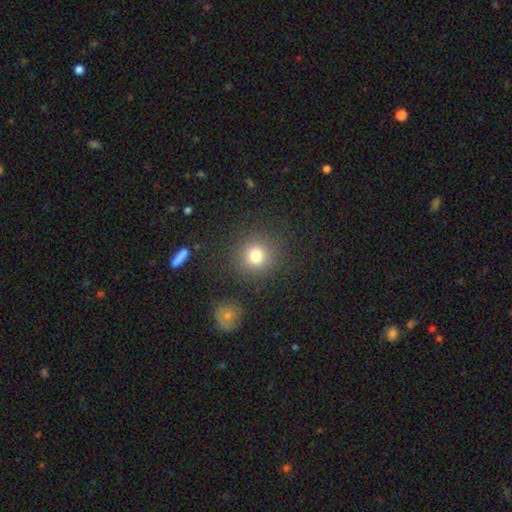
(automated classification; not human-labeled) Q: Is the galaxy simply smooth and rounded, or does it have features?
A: smooth — 78%.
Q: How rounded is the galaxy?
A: round — 92%.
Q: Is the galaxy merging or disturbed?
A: none — 86%.